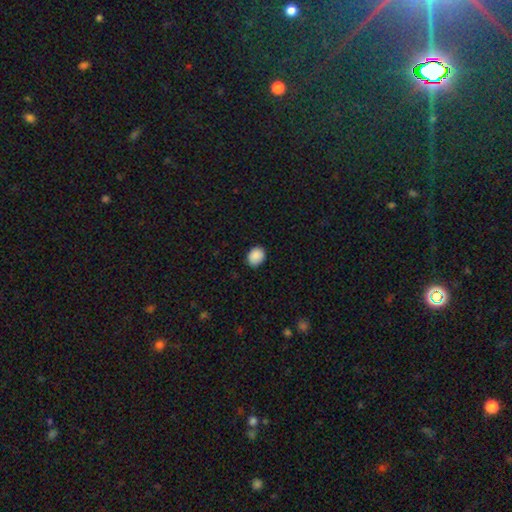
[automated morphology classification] Smooth or featured? smooth (90%)
How rounded? round (50%)
Merging? none (86%)